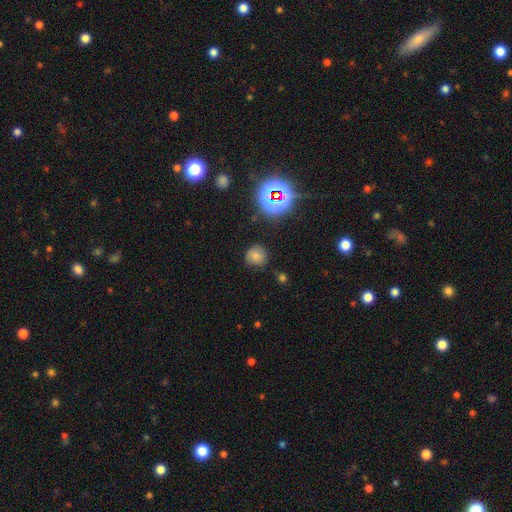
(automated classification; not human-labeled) Smooth or featured? Predicted: smooth (p=0.66). How rounded? Predicted: round (p=0.89). Merging? Predicted: none (p=0.79).